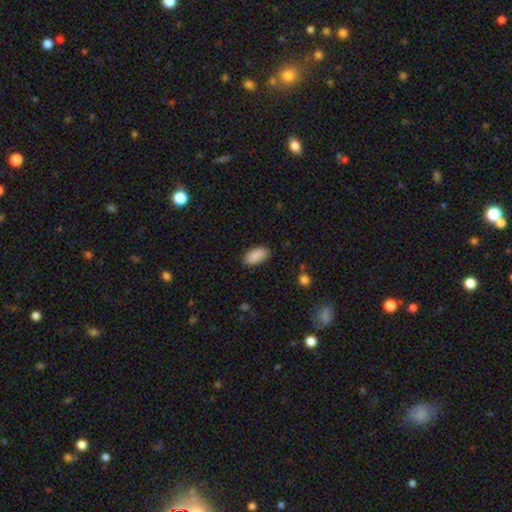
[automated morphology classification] Q: Smooth or featured?
A: smooth (90%); runner-up: star or artifact (7%)
Q: How rounded?
A: in between (94%); runner-up: cigar-shaped (3%)
Q: Merging?
A: none (86%); runner-up: minor disturbance (10%)